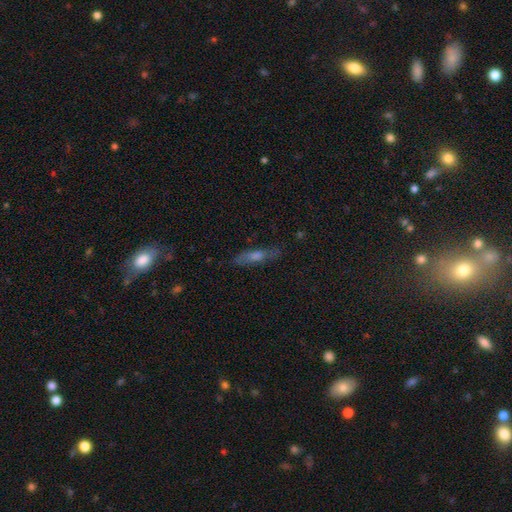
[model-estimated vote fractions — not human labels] smooth_or_featured: featured or disk (p=0.47) [alt: smooth p=0.41]
merging: none (p=0.81) [alt: minor disturbance p=0.14]